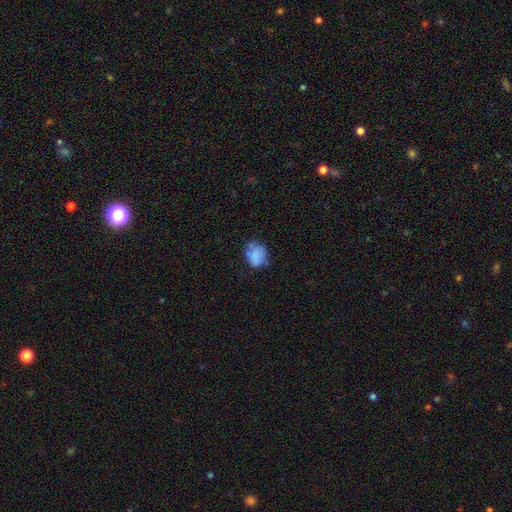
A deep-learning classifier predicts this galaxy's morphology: Smooth or featured: smooth — 76% (featured or disk — 15%)
How rounded: round — 53% (in between — 46%)
Merging: none — 54% (minor disturbance — 31%)